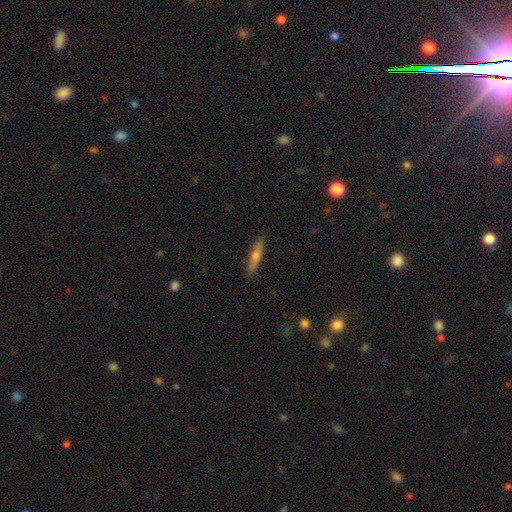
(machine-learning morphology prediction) Smooth or featured: featured or disk — 48% (smooth — 45%)
Merging: none — 89% (minor disturbance — 8%)